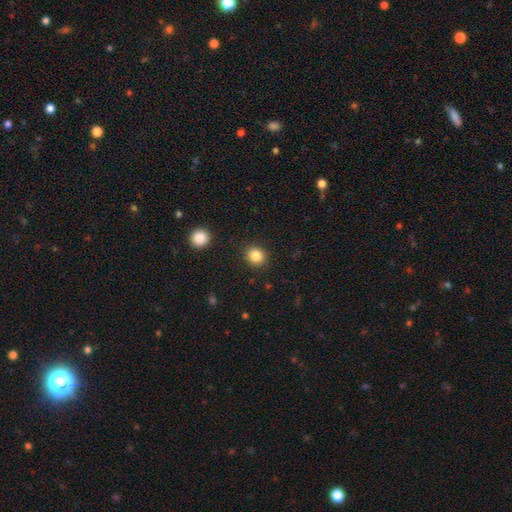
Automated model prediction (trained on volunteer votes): Smooth or featured? smooth (85%)
How rounded? round (75%)
Merging? none (88%)